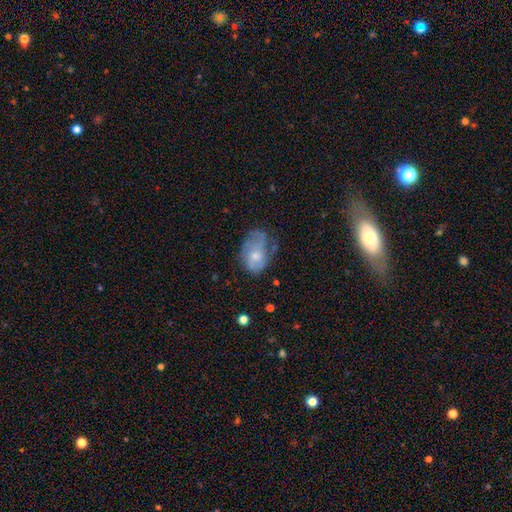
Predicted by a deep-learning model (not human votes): Smooth or featured?
  - featured or disk: 46% * (tied)
  - smooth: 46% * (tied)
  - star or artifact: 8%
Merging?
  - none: 45% *
  - minor disturbance: 33%
  - major disturbance: 20%
  - merger: 2%